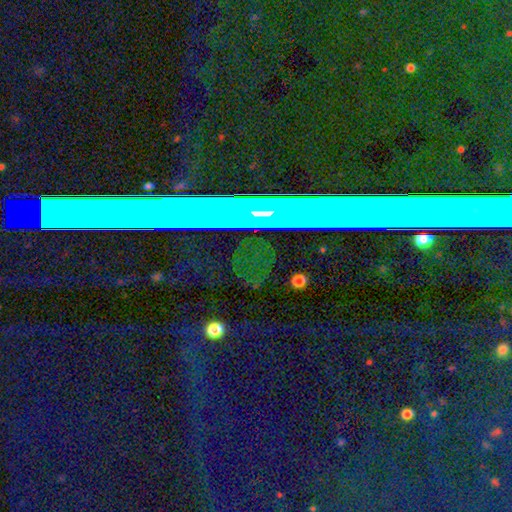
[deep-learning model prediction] smooth-or-featured: star or artifact: 84% | featured or disk: 8% | smooth: 8%